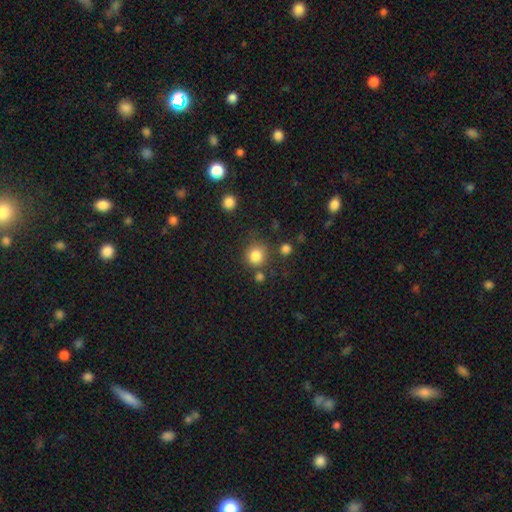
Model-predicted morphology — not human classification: A smooth galaxy with no disk features (83%) that is round (90%). Merging: none (77%).